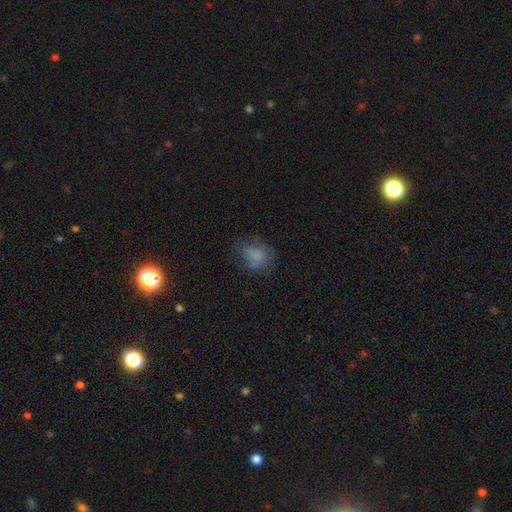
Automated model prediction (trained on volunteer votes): Morphology: type=smooth (66%); roundness=round (54%); merging=none (54%).